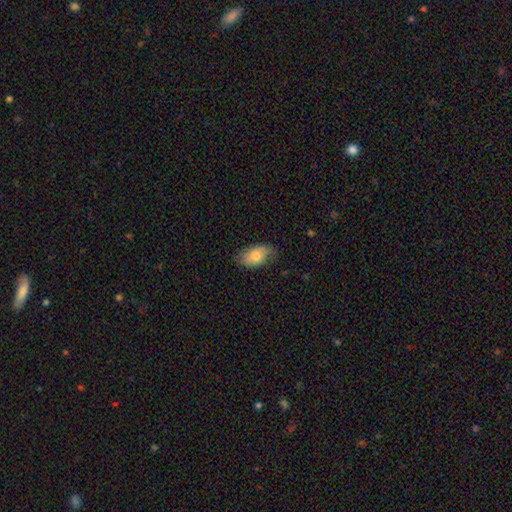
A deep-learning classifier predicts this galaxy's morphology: The model was most divided on "merging": none: 69%, minor disturbance: 24%, major disturbance: 6%, merger: 1%. More confident: how rounded — in between (93%); smooth or featured — smooth (71%).